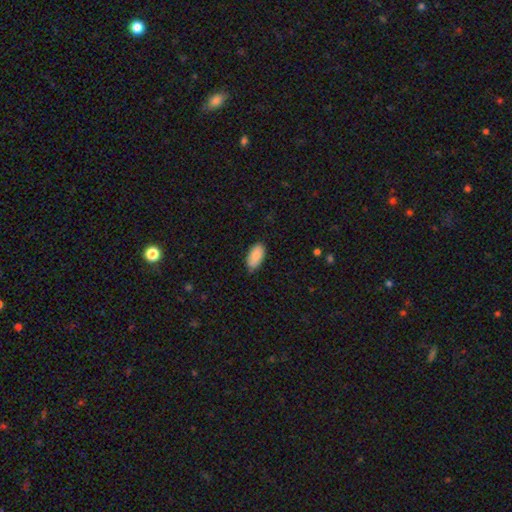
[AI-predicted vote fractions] Overall: smooth (87%). How rounded: in between (94%). Merging: none (76%).